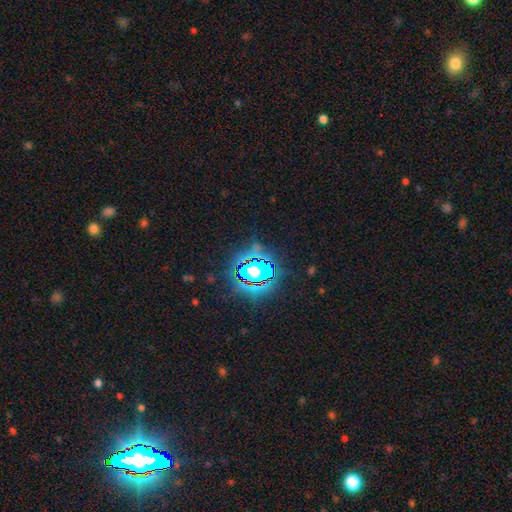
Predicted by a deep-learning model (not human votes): This is clearly a star or artifact rather than a galaxy (82%).